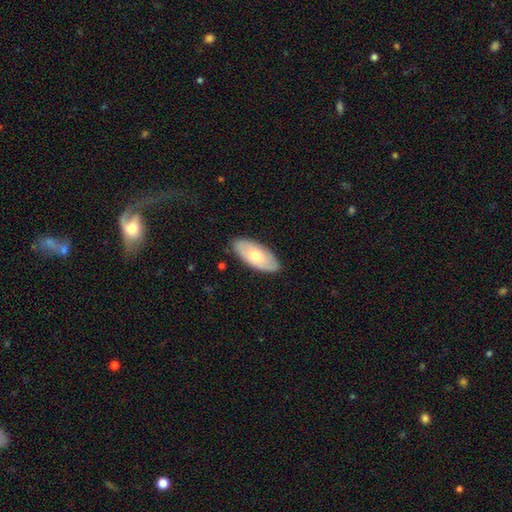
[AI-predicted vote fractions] Overall: smooth (62%; featured or disk 32%). How rounded: in between (91%). Merging: none (85%).